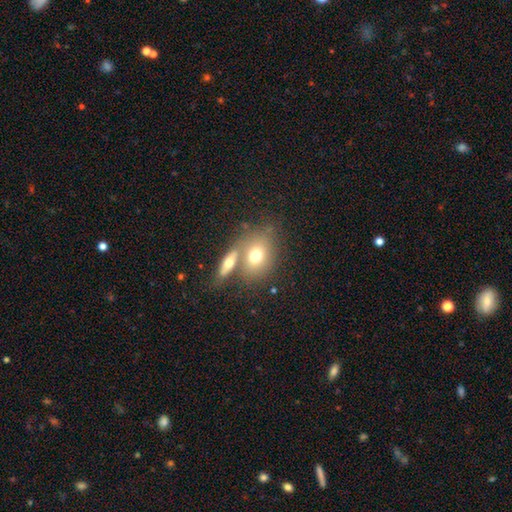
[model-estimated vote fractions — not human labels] A smooth galaxy with no disk features (68%) that is in between round and cigar-shaped (63%). Merging: none (47%).